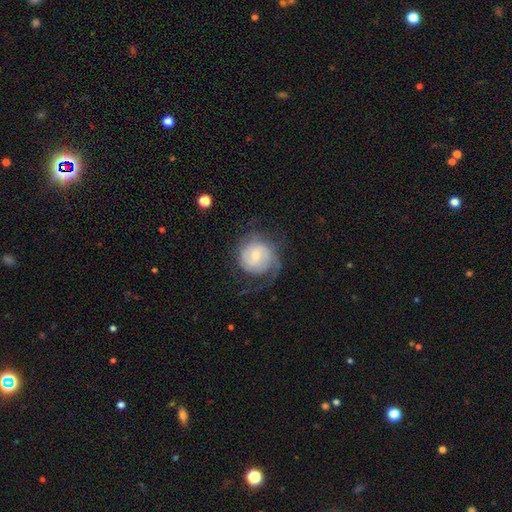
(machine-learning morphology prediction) type=featured or disk (68%); edge-on=no (98%); bar=no (51%); spiral arms=yes (90%); winding=tight (41%); arm count=2 (46%); bulge=small (55%); merging=none (57%).